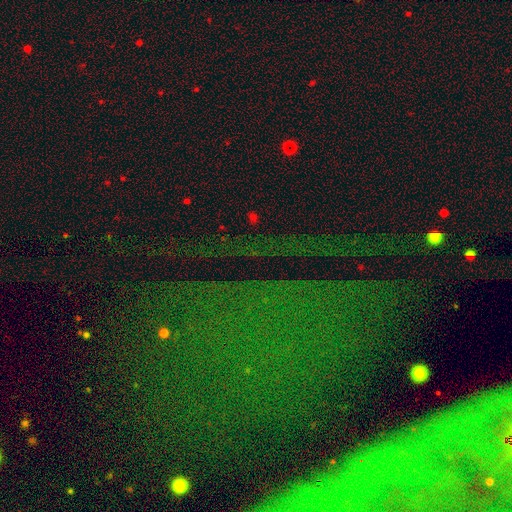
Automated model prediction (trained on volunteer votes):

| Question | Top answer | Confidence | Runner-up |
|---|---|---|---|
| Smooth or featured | star or artifact | 76% | featured or disk (13%) |